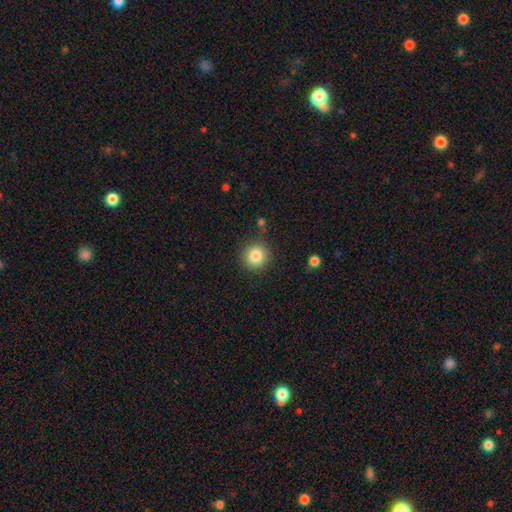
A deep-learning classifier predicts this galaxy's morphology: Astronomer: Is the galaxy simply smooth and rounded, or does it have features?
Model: smooth — 84%.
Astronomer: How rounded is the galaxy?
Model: round — 93%.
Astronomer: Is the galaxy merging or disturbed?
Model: none — 85%.